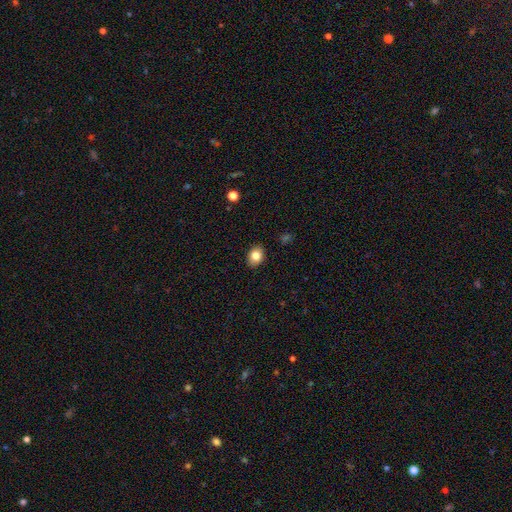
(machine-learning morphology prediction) Q: Smooth or featured?
A: smooth (82%); runner-up: star or artifact (9%)
Q: How rounded?
A: in between (60%); runner-up: round (39%)
Q: Merging?
A: none (89%); runner-up: minor disturbance (8%)